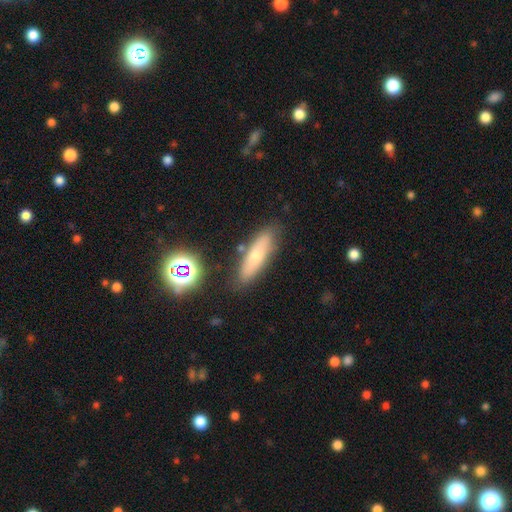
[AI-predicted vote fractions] A smooth galaxy with no disk features (59%) that is cigar-shaped (60%). Merging: none (80%).